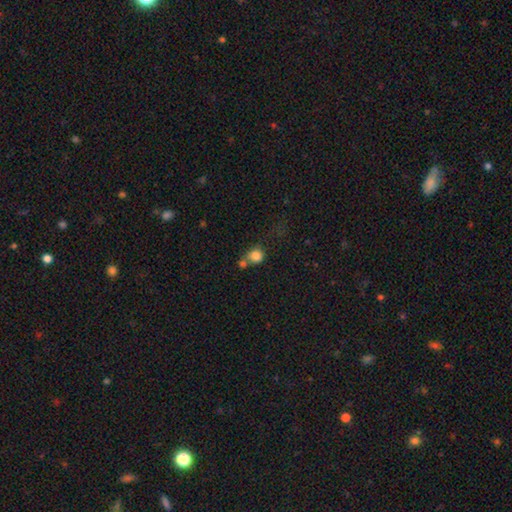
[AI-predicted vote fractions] smooth 80%, star or artifact 11%, featured or disk 9%. Down the decision tree: how rounded — round (74%); merging — merger (42%).